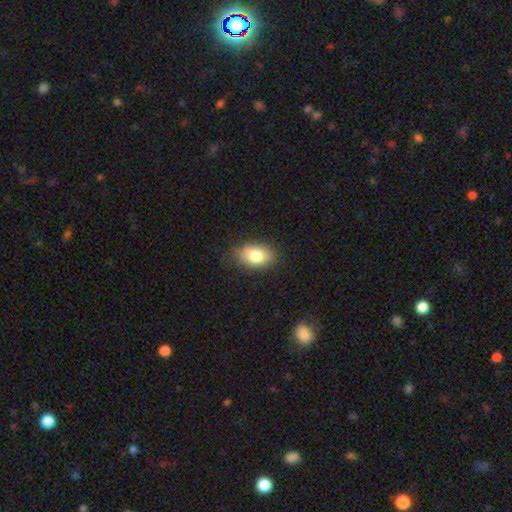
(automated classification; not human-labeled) This is clearly a smooth galaxy (80%). How rounded: clearly in between (87%). Merging: likely none (79%).